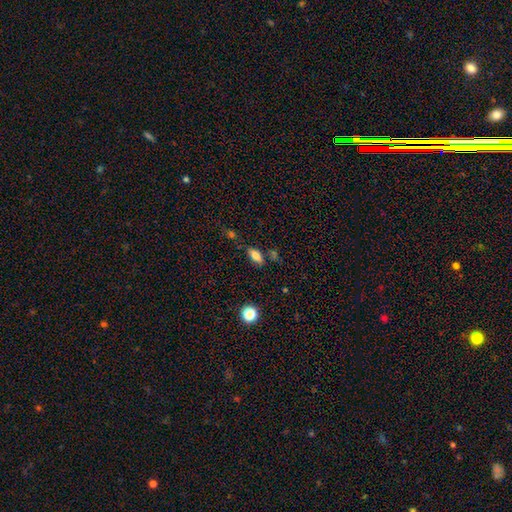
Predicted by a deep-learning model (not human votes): Overall: smooth (79%). How rounded: in between (83%). Merging: none (74%).